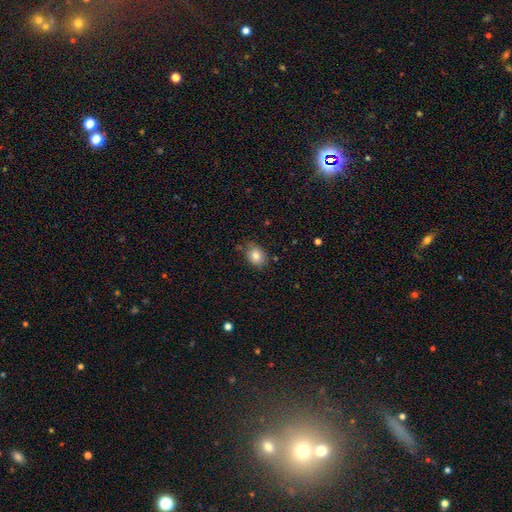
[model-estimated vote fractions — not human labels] smooth-or-featured: smooth: 83% | star or artifact: 9% | featured or disk: 8%
  how-rounded: in between: 62% | round: 37% | cigar-shaped: 1%
  merging: none: 75% | minor disturbance: 19% | major disturbance: 3% | merger: 2%